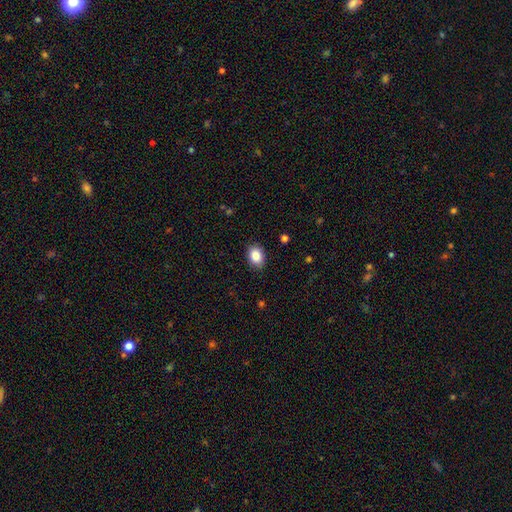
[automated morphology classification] A smooth galaxy with no disk features (87%) that is in between round and cigar-shaped (75%).

Vote fractions:
- Smooth or featured? smooth: 87% / star or artifact: 8% / featured or disk: 5%
- How rounded? in between: 75% / round: 24% / cigar-shaped: 1%
- Merging? none: 87% / minor disturbance: 10% / major disturbance: 2% / merger: 1%